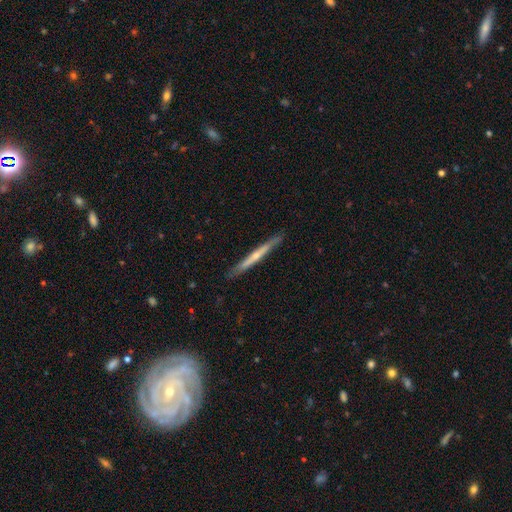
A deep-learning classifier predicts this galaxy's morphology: Q: Smooth or featured?
A: featured or disk (64%); runner-up: smooth (31%)
Q: Edge-on disk?
A: yes (96%); runner-up: no (4%)
Q: Edge-on bulge?
A: rounded (59%); runner-up: none (37%)
Q: Merging?
A: none (87%); runner-up: minor disturbance (10%)